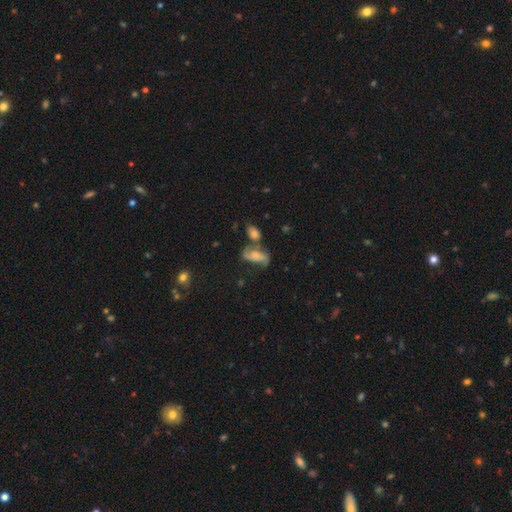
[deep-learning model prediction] Overall: featured or disk (56%; smooth 34%). Edge-on disk: no (94%). Bar: no (59%; weak 31%). Spiral arms: yes (85%). Bulge size: small (43%; moderate 32%). Merging: none (39%; merger 28%).